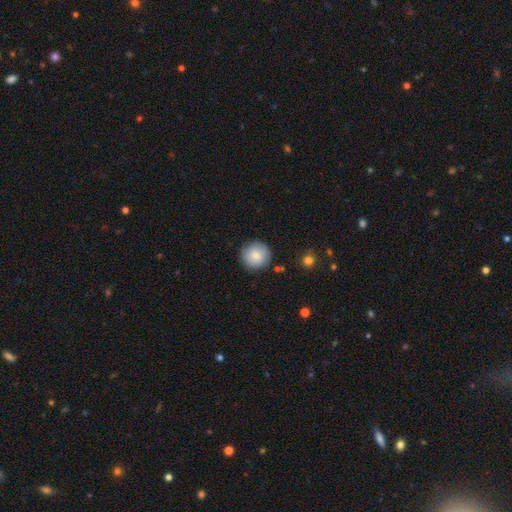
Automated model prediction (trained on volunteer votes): Smooth or featured? smooth (77%)
How rounded? round (95%)
Merging? none (87%)